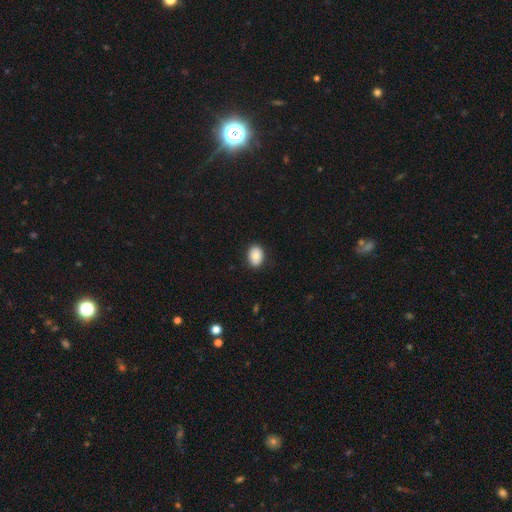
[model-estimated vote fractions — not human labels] Smooth or featured: smooth — 86% (star or artifact — 7%)
How rounded: in between — 76% (round — 23%)
Merging: none — 87% (minor disturbance — 10%)